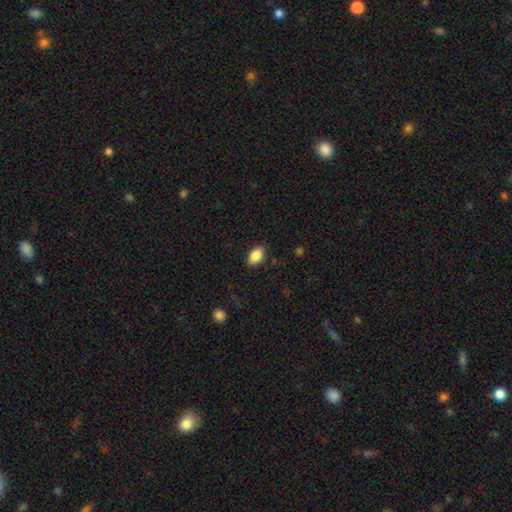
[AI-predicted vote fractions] smooth 87%, star or artifact 8%, featured or disk 5%. Down the decision tree: how rounded — in between (91%); merging — none (85%).